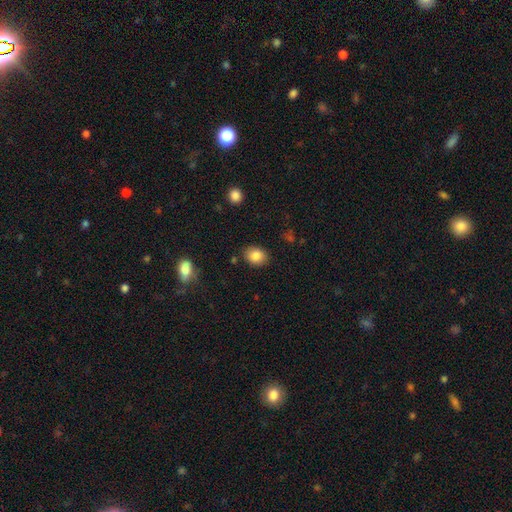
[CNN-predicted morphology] smooth-or-featured: smooth: 85% | star or artifact: 9% | featured or disk: 6%
  how-rounded: in between: 62% | round: 37% | cigar-shaped: 1%
  merging: none: 85% | minor disturbance: 11% | major disturbance: 3% | merger: 2%